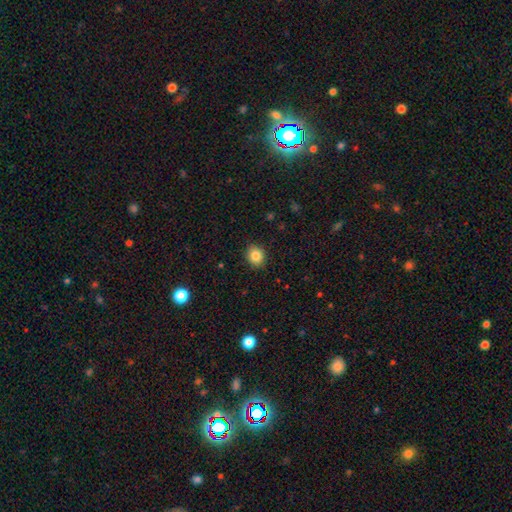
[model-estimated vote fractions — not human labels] Overall: smooth (85%). How rounded: round (66%; in between 33%). Merging: none (89%).